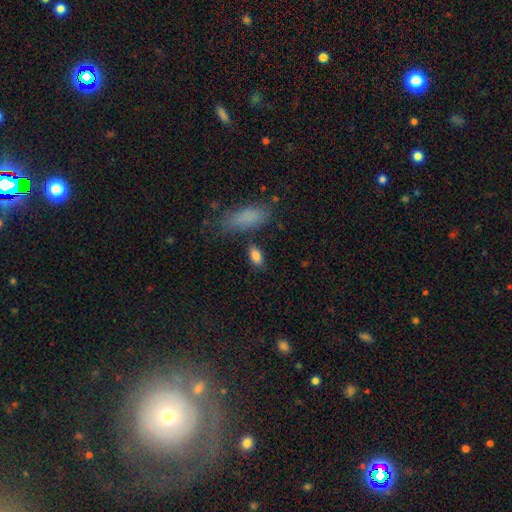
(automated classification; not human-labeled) smooth-or-featured: smooth: 84% | star or artifact: 8% | featured or disk: 8%
  how-rounded: in between: 89% | cigar-shaped: 6% | round: 5%
  merging: none: 79% | minor disturbance: 12% | merger: 5% | major disturbance: 4%